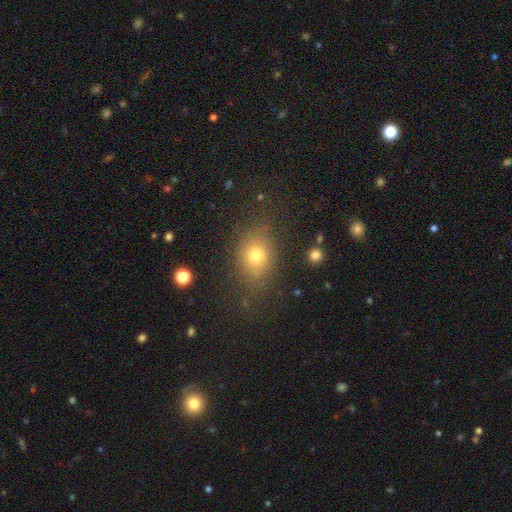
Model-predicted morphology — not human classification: smooth-or-featured: smooth: 74% | star or artifact: 15% | featured or disk: 12%
  how-rounded: in between: 55% | round: 44% | cigar-shaped: 2%
  merging: none: 75% | minor disturbance: 16% | major disturbance: 7% | merger: 2%